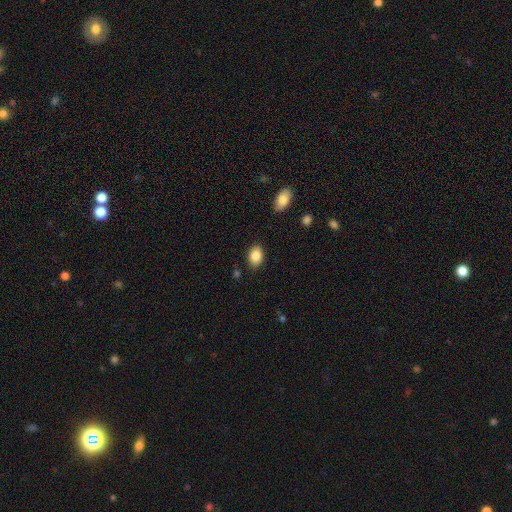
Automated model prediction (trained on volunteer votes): Overall: smooth (87%). How rounded: in between (85%). Merging: none (86%).